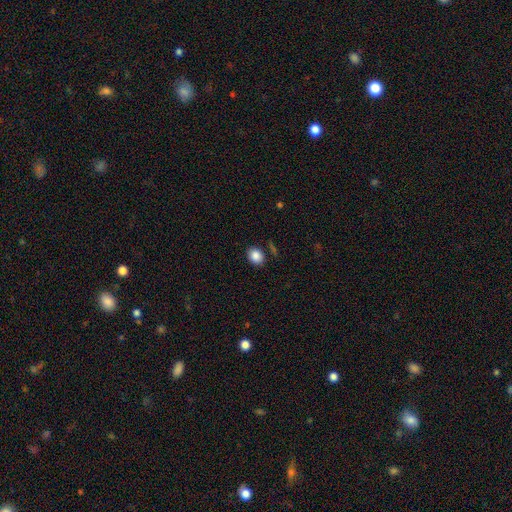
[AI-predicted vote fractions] smooth_or_featured: smooth (p=0.87) [alt: star or artifact p=0.09]
how_rounded: in between (p=0.52) [alt: round p=0.47]
merging: none (p=0.85) [alt: minor disturbance p=0.09]